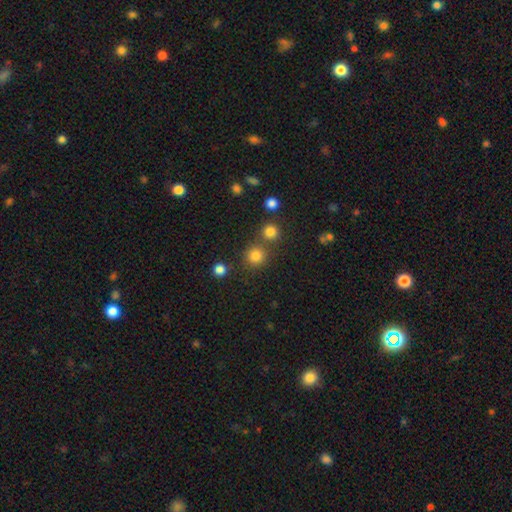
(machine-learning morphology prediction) A smooth galaxy with no disk features (81%) that is round (92%). Merging: none (76%).